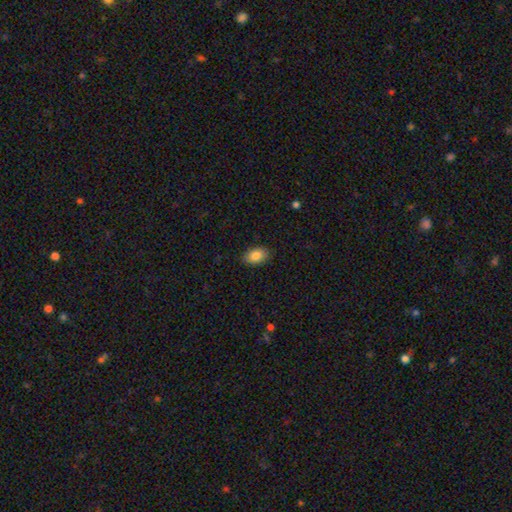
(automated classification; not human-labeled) smooth-or-featured: smooth: 85% | star or artifact: 7% | featured or disk: 7%
  how-rounded: in between: 89% | round: 10% | cigar-shaped: 1%
  merging: none: 88% | minor disturbance: 9% | major disturbance: 2% | merger: 1%